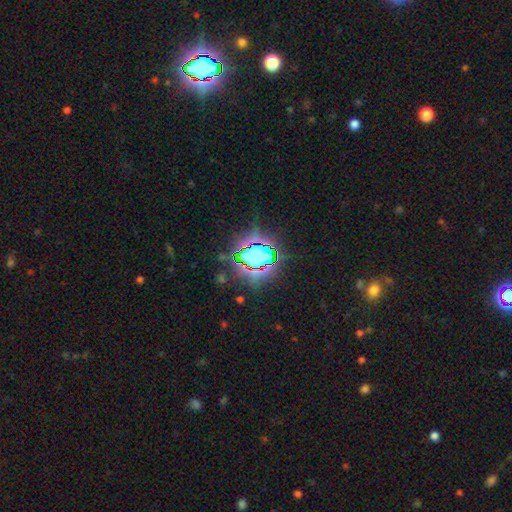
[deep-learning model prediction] The model was most divided on "smooth or featured": star or artifact: 69%, smooth: 19%, featured or disk: 12%.